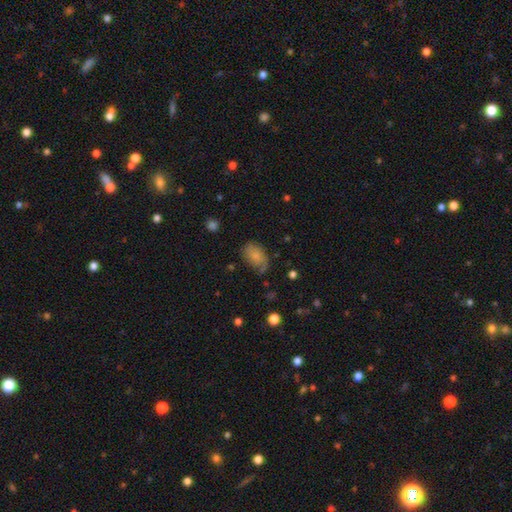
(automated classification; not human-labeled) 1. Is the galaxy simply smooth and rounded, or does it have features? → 65% smooth, 27% featured or disk, 9% star or artifact.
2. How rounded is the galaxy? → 86% in between, 13% round, 2% cigar-shaped.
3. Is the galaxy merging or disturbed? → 53% none, 30% minor disturbance, 15% major disturbance, 2% merger.